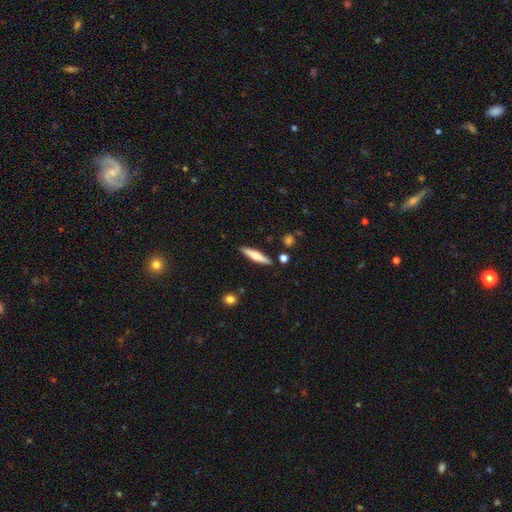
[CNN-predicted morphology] type=smooth (59%); roundness=cigar-shaped (85%); merging=none (88%).